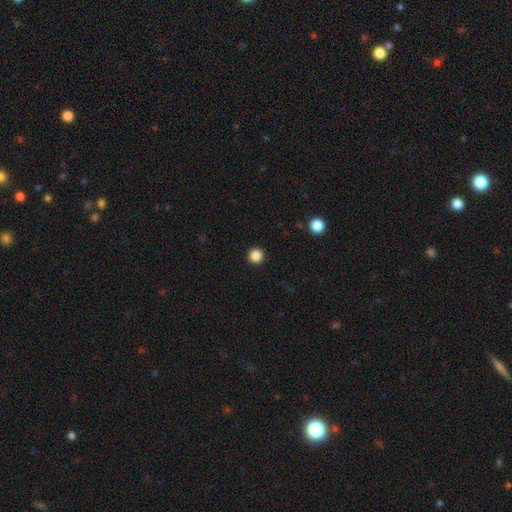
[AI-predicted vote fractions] smooth-or-featured: smooth: 86% | star or artifact: 11% | featured or disk: 3%
  how-rounded: round: 97% | in between: 2% | cigar-shaped: 1%
  merging: none: 94% | minor disturbance: 4% | major disturbance: 1% | merger: 1%